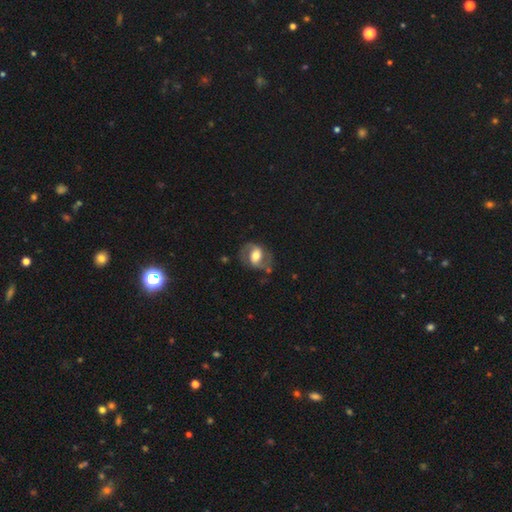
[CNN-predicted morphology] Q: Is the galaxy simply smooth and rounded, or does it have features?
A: featured or disk — 66%.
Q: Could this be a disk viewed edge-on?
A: no — 96%.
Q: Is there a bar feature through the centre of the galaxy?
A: weak — 38%.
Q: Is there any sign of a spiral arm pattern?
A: yes — 78%.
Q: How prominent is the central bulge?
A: moderate — 53%.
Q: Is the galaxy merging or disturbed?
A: none — 67%.